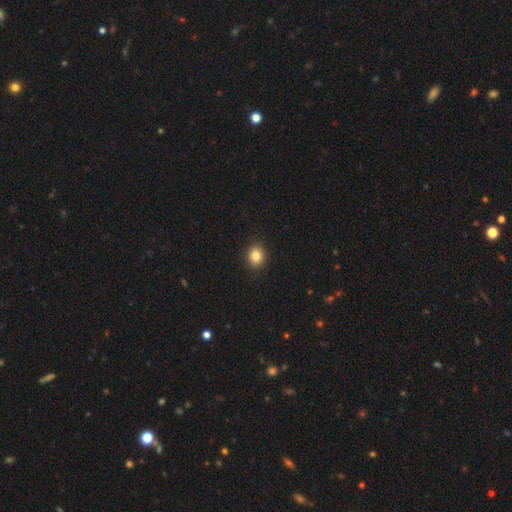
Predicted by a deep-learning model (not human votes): A smooth galaxy with no disk features (85%) that is round (67%).

Vote fractions:
- Smooth or featured? smooth: 85% / star or artifact: 10% / featured or disk: 5%
- How rounded? round: 67% / in between: 32% / cigar-shaped: 1%
- Merging? none: 91% / minor disturbance: 6% / major disturbance: 2% / merger: 1%